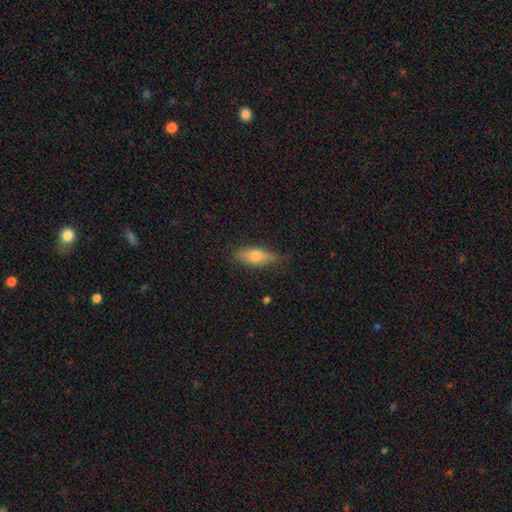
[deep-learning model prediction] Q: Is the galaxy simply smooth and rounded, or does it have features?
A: smooth — 65%.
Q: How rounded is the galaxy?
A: in between — 55%.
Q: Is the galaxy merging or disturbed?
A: none — 81%.